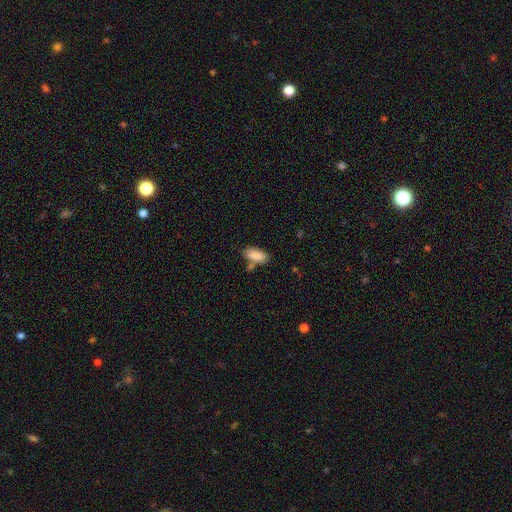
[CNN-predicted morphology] smooth 88%, star or artifact 7%, featured or disk 5%. Down the decision tree: how rounded — in between (87%); merging — none (66%).